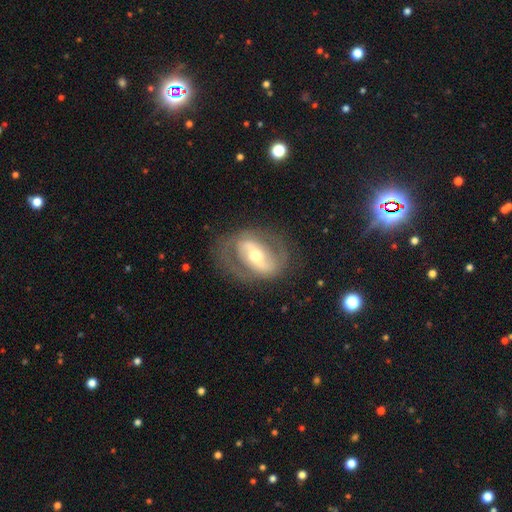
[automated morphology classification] Q: Smooth or featured?
A: featured or disk (78%); runner-up: smooth (16%)
Q: Edge-on disk?
A: no (94%); runner-up: yes (6%)
Q: Bar?
A: strong (51%); runner-up: weak (29%)
Q: Spiral arms?
A: yes (70%); runner-up: no (30%)
Q: Spiral winding?
A: medium (45%); runner-up: tight (30%)
Q: Spiral arm count?
A: 2 (82%); runner-up: can't tell (11%)
Q: Bulge size?
A: moderate (66%); runner-up: small (25%)
Q: Merging?
A: none (73%); runner-up: minor disturbance (15%)